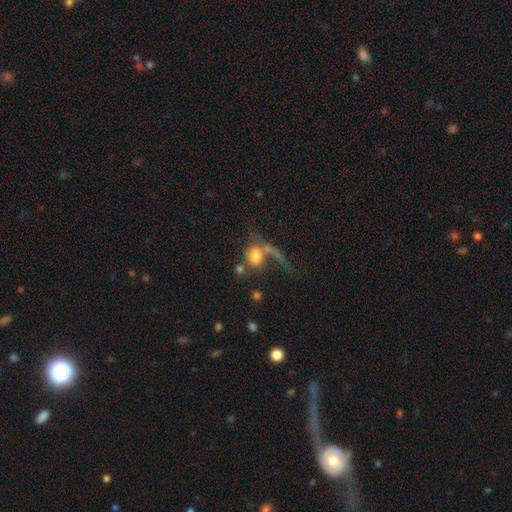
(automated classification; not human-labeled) Overall: smooth (60%; featured or disk 29%). How rounded: round (57%; in between 40%). Merging: major disturbance (34%; merger 32%).